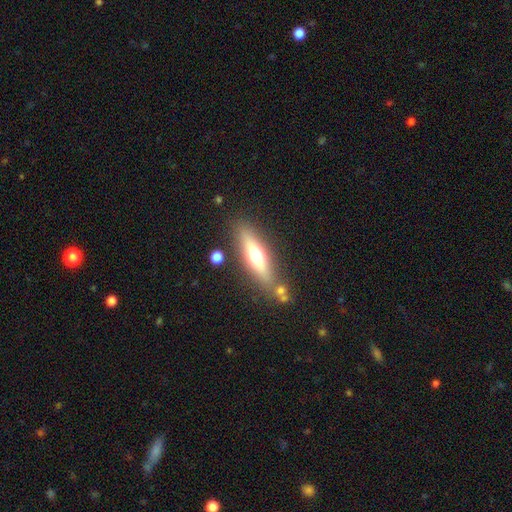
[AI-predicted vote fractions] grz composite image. It shows a featured or disk galaxy (47%). Merging: none (77%).